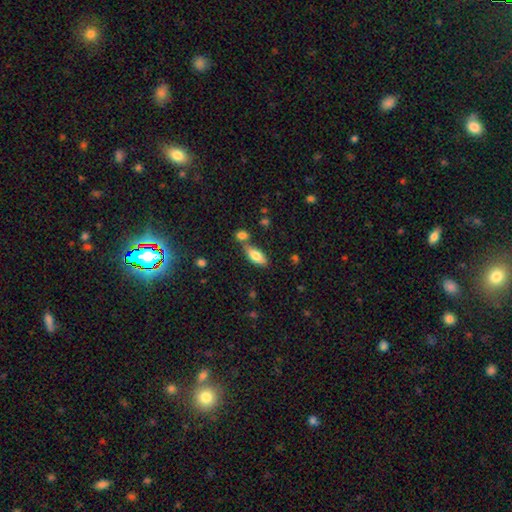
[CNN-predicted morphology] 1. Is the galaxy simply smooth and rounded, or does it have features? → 76% smooth, 17% featured or disk, 7% star or artifact.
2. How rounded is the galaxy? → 79% in between, 18% cigar-shaped, 2% round.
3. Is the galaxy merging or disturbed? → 61% none, 22% merger, 14% minor disturbance, 4% major disturbance.